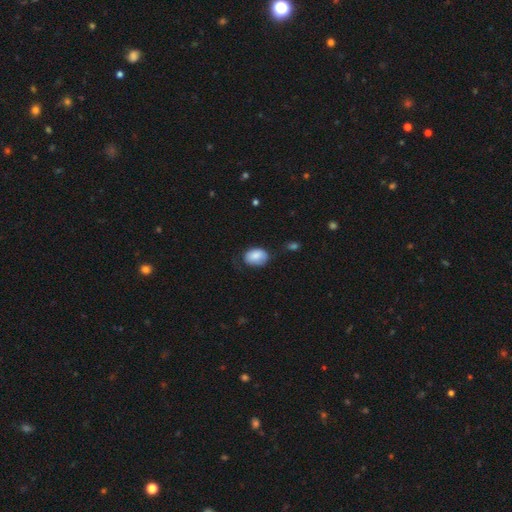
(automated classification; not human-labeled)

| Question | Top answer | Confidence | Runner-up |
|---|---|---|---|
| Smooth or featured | smooth | 84% | featured or disk (9%) |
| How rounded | in between | 72% | round (27%) |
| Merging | none | 56% | minor disturbance (31%) |